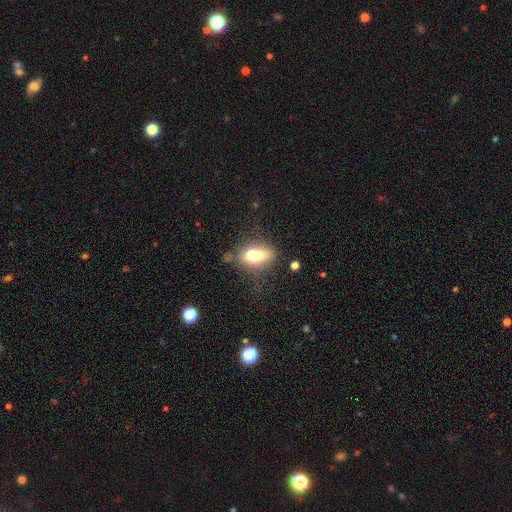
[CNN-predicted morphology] This is likely a smooth galaxy (64%). How rounded: likely in between (76%). Merging: possibly none (49%).